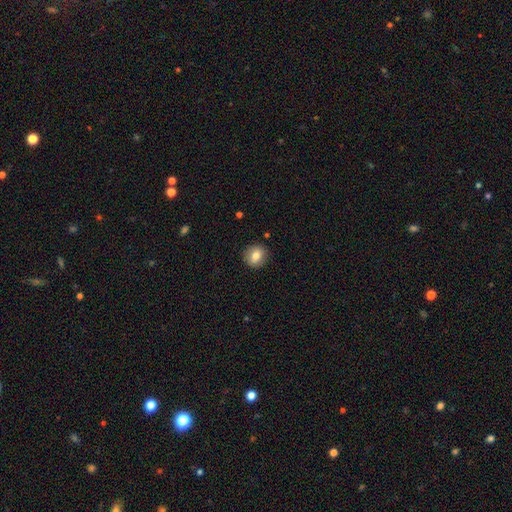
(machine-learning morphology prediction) smooth-or-featured: smooth: 80% | featured or disk: 11% | star or artifact: 9%
  how-rounded: round: 80% | in between: 19% | cigar-shaped: 1%
  merging: none: 89% | minor disturbance: 8% | major disturbance: 2% | merger: 1%